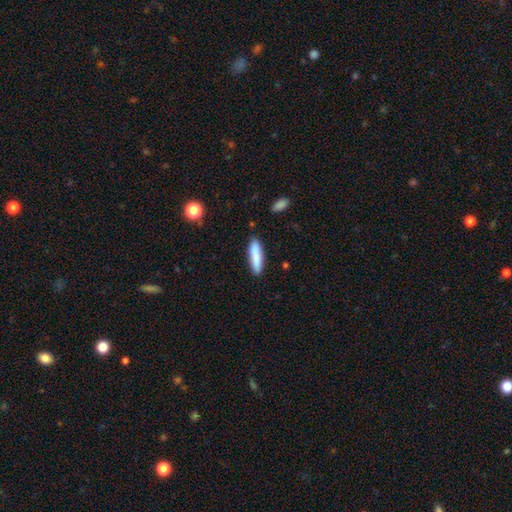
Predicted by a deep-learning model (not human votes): smooth_or_featured: smooth (p=0.85) [alt: featured or disk p=0.09]
how_rounded: cigar-shaped (p=0.75) [alt: in between p=0.24]
merging: none (p=0.87) [alt: minor disturbance p=0.10]